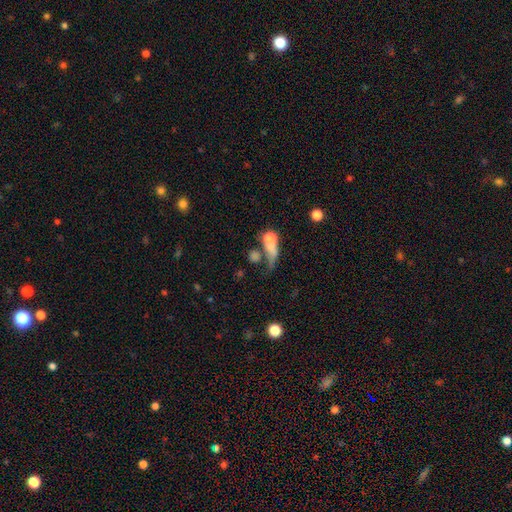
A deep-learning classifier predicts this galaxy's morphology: This is possibly a smooth galaxy (57%). How rounded: marginally round (44%). Merging: marginally merger (30%, tied with none).